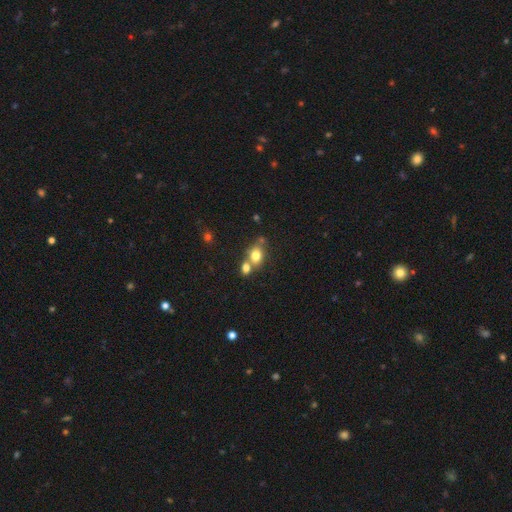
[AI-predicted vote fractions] Smooth or featured: smooth — 77% (featured or disk — 12%)
How rounded: round — 51% (in between — 47%)
Merging: none — 43% (tied with merger — 43%)